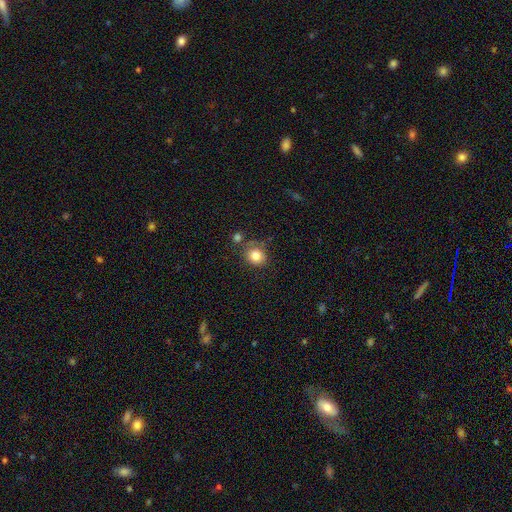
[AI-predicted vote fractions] smooth-or-featured: smooth: 83% | star or artifact: 10% | featured or disk: 7%
  how-rounded: round: 78% | in between: 21% | cigar-shaped: 1%
  merging: none: 69% | minor disturbance: 16% | merger: 10% | major disturbance: 5%